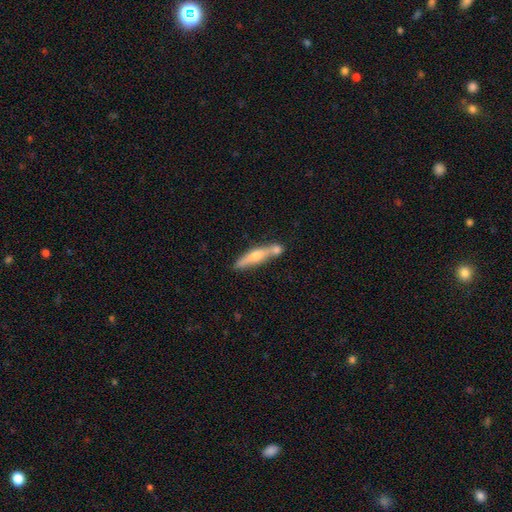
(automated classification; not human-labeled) Morphology: type=featured or disk (56%); edge-on=yes (91%); edge-on bulge=rounded (87%); merging=none (59%).